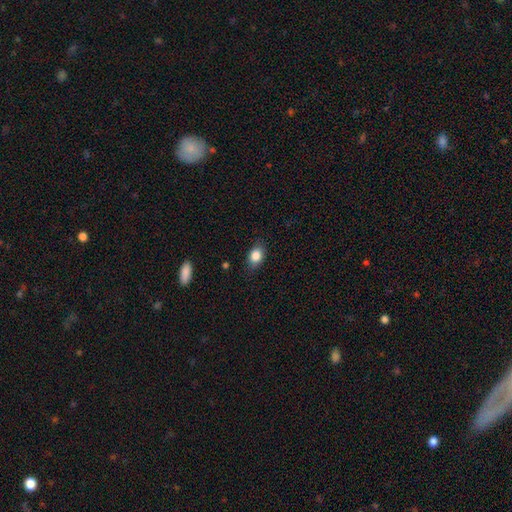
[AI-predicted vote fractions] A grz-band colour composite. It shows a smooth galaxy with no disk features (84%) that is in between round and cigar-shaped (73%). Merging: none (81%).